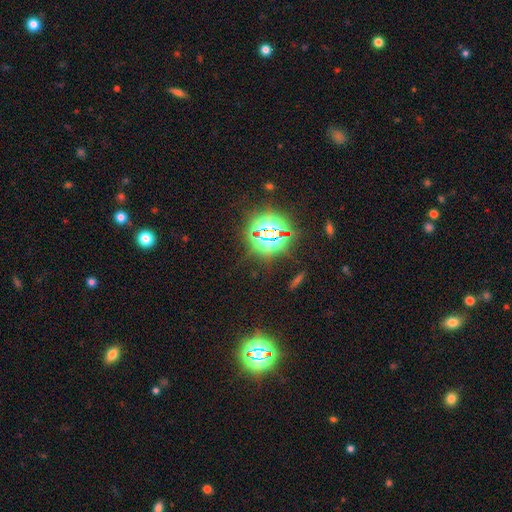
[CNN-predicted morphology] This is clearly a star or artifact rather than a galaxy (83%).